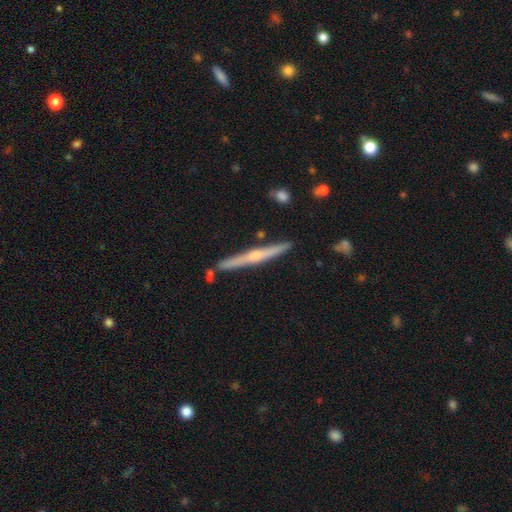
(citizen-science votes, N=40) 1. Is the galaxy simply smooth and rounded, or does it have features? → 82% featured or disk, 12% smooth, 5% star or artifact.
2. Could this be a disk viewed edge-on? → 97% yes, 3% no.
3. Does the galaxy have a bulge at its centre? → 97% rounded, 3% none, 0% boxy.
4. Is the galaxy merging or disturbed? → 87% none, 11% minor disturbance, 3% merger, 0% major disturbance.